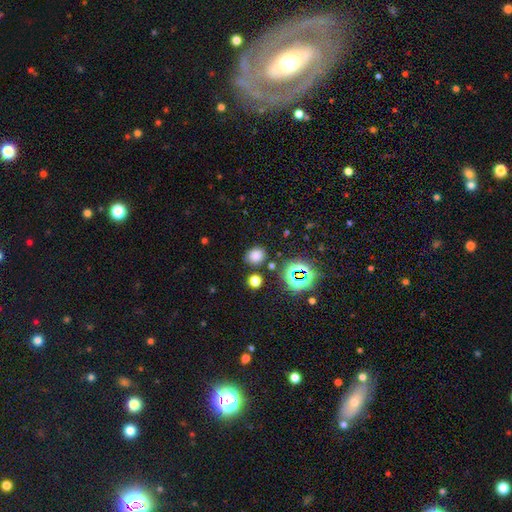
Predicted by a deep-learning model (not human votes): Q: Smooth or featured?
A: smooth (71%); runner-up: star or artifact (23%)
Q: How rounded?
A: round (71%); runner-up: in between (28%)
Q: Merging?
A: none (80%); runner-up: minor disturbance (11%)